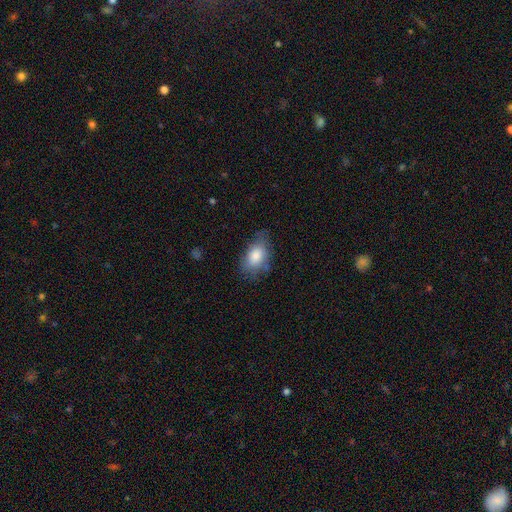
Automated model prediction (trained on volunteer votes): Smooth or featured? Predicted: smooth (p=0.80). How rounded? Predicted: in between (p=0.89). Merging? Predicted: none (p=0.64).